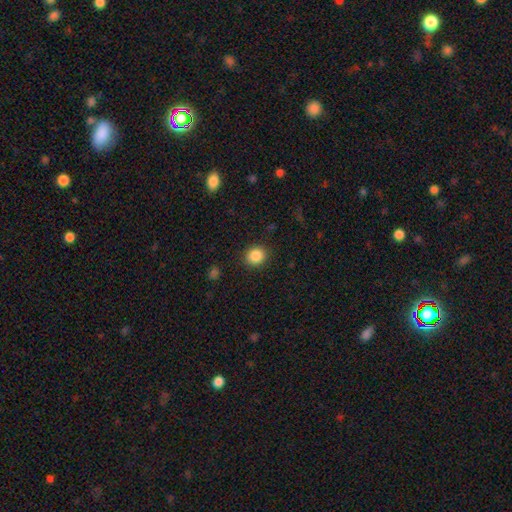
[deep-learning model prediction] Morphology: type=smooth (86%); roundness=round (79%); merging=none (89%).